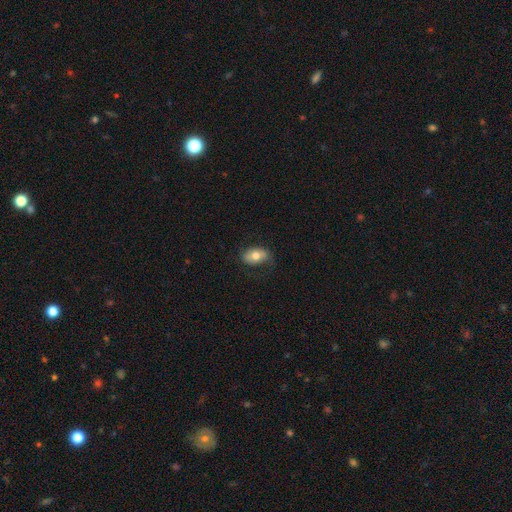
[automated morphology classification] type=smooth (67%); roundness=in between (88%); merging=none (73%).